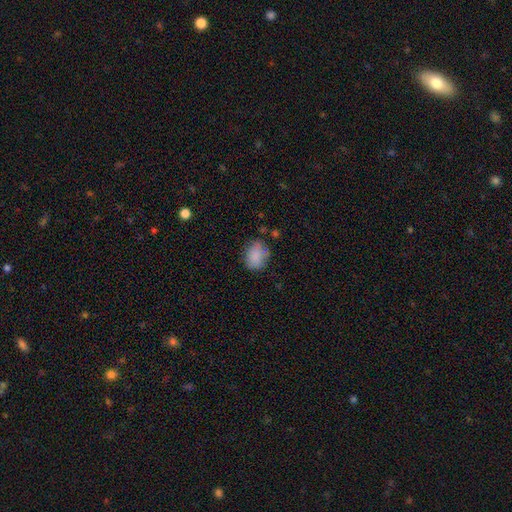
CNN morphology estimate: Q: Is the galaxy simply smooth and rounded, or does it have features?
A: smooth — 83%.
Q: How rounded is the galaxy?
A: in between — 57%.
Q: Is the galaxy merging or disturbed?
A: none — 66%.